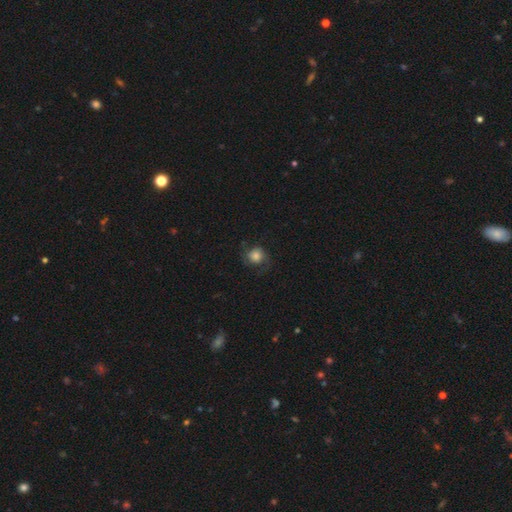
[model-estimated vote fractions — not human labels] Smooth or featured? Predicted: smooth (p=0.67). How rounded? Predicted: round (p=0.80). Merging? Predicted: none (p=0.59).